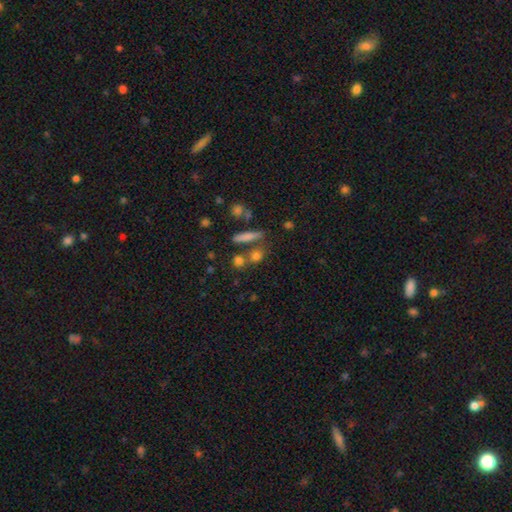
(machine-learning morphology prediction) smooth_or_featured: smooth (p=0.75) [alt: star or artifact p=0.14]
how_rounded: round (p=0.54) [alt: in between p=0.28]
merging: none (p=0.62) [alt: merger p=0.22]